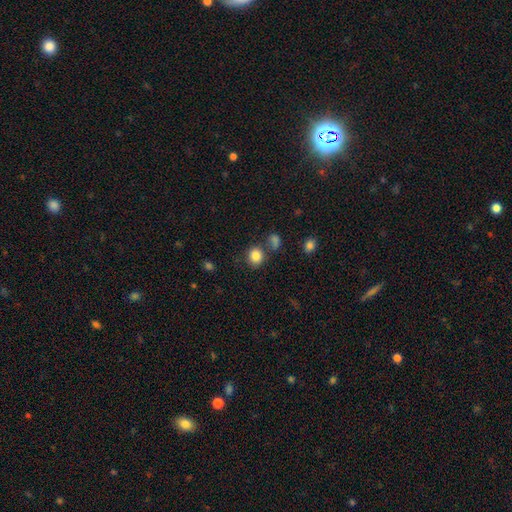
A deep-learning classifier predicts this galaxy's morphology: This is clearly a smooth galaxy (85%). How rounded: likely round (76%). Merging: likely none (75%).